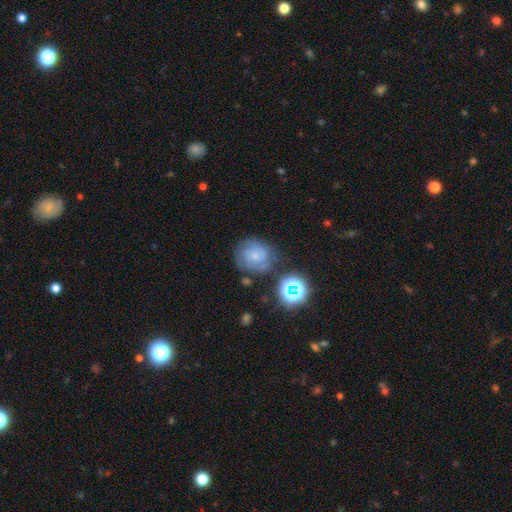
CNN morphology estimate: The model was most divided on "spiral arm count" (2-way tie): 2: 31%, can't tell: 31%, 3: 24%, 4: 6%, 1: 5%, more than 4: 4%. More confident: edge-on disk — no (97%); spiral arms — yes (88%); bar — no (71%); merging — none (68%); spiral winding — tight (59%); smooth or featured — featured or disk (58%); bulge size — small (56%).